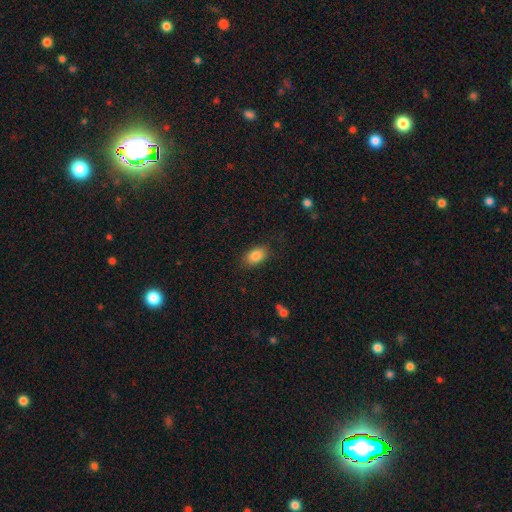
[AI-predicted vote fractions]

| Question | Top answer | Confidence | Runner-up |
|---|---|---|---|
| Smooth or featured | smooth | 86% | star or artifact (8%) |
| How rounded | in between | 89% | round (9%) |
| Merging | none | 84% | minor disturbance (11%) |